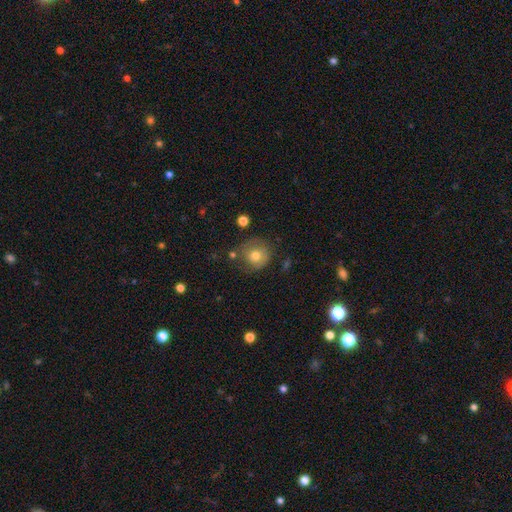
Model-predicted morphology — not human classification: Smooth or featured? smooth (67%)
How rounded? round (88%)
Merging? none (66%)